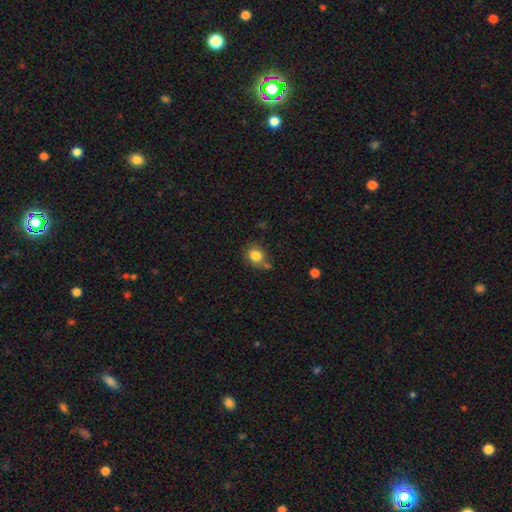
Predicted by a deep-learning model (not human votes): smooth 82%, star or artifact 10%, featured or disk 8%. Down the decision tree: how rounded — round (59%); merging — none (58%).